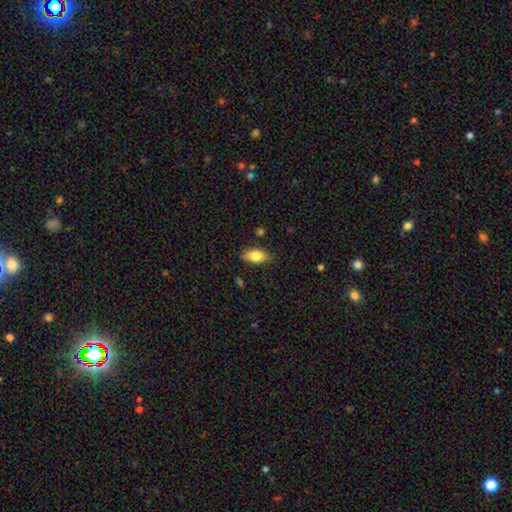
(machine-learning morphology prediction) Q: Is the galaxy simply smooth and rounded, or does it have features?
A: smooth — 80%.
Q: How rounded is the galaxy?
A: in between — 89%.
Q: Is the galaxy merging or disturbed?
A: none — 82%.